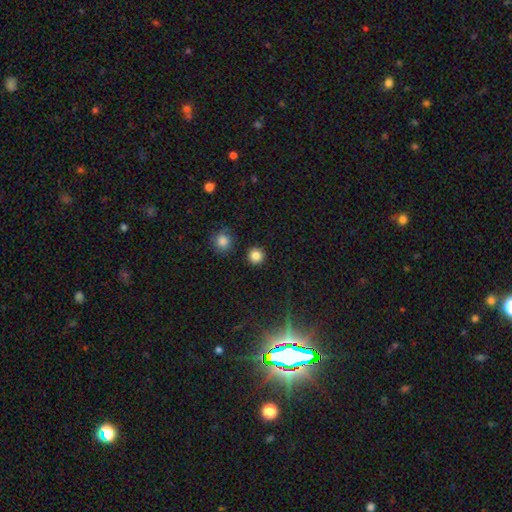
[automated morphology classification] This appears to be a smooth galaxy with no disk features (82%) that is round (95%). Merging: none (91%).